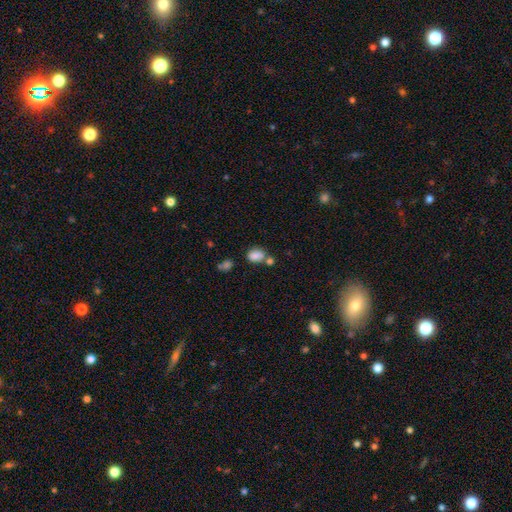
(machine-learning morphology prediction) Smooth or featured: smooth — 83% (star or artifact — 10%)
How rounded: in between — 71% (round — 27%)
Merging: none — 49% (merger — 31%)